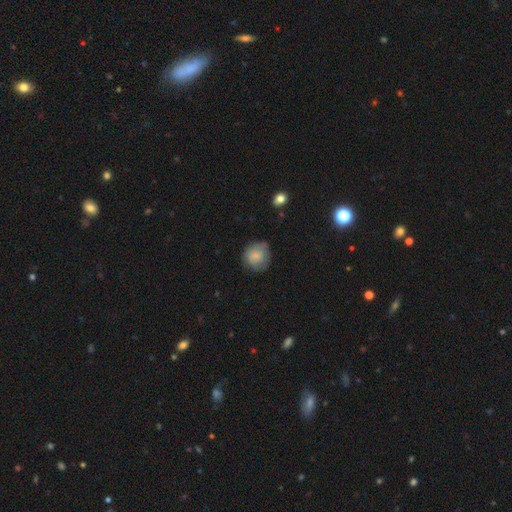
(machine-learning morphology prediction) Smooth or featured? smooth (80%)
How rounded? round (88%)
Merging? none (68%)